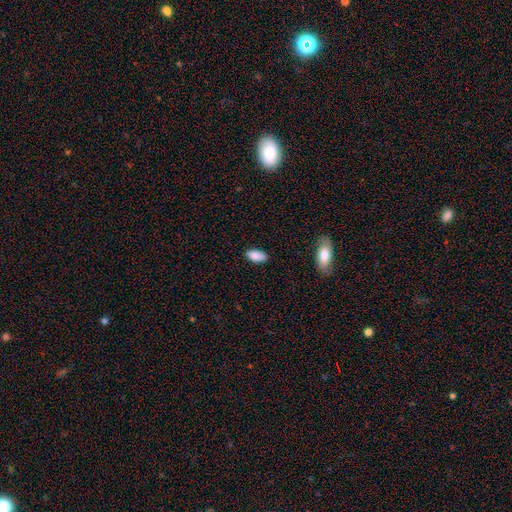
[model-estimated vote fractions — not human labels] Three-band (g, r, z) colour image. It shows a smooth galaxy with no disk features (87%) that is in between round and cigar-shaped (92%). Merging: none (84%).